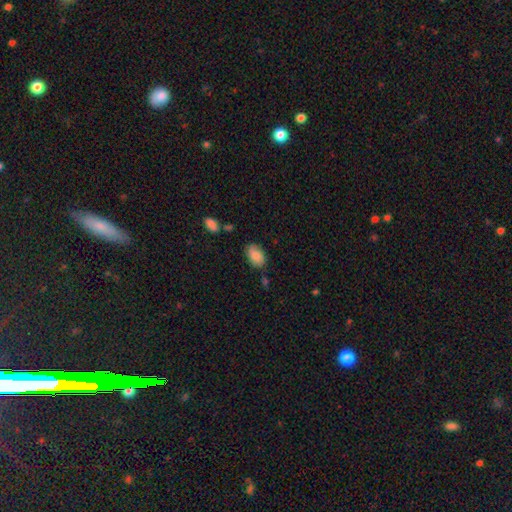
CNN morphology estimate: This appears to be a smooth galaxy with no disk features (85%) that is in between round and cigar-shaped (91%). Merging: none (74%).